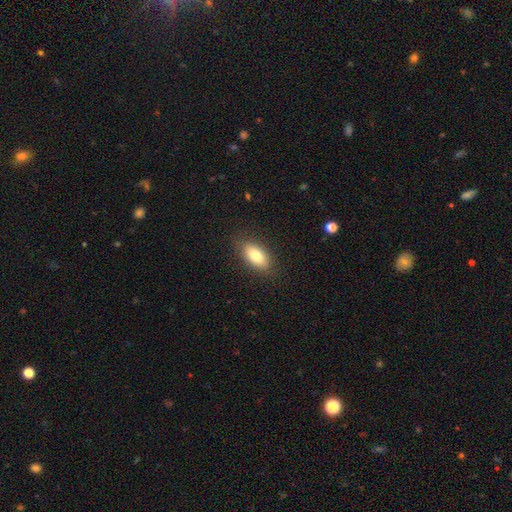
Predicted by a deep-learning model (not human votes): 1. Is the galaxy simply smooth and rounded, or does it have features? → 79% smooth, 14% featured or disk, 7% star or artifact.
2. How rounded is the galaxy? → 90% in between, 6% cigar-shaped, 5% round.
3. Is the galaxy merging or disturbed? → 87% none, 10% minor disturbance, 3% major disturbance, 1% merger.